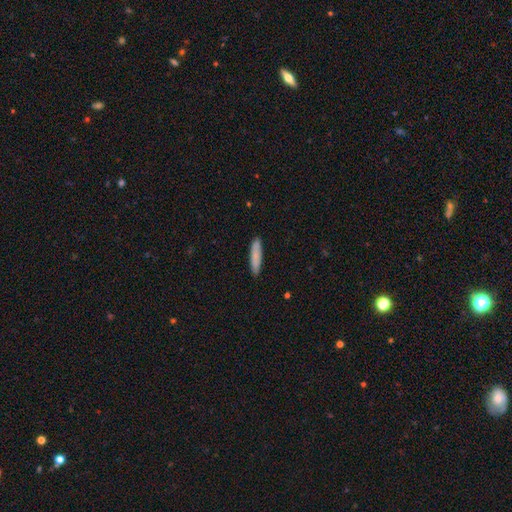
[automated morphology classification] Q: Smooth or featured?
A: smooth (82%); runner-up: featured or disk (12%)
Q: How rounded?
A: cigar-shaped (84%); runner-up: in between (15%)
Q: Merging?
A: none (89%); runner-up: minor disturbance (9%)